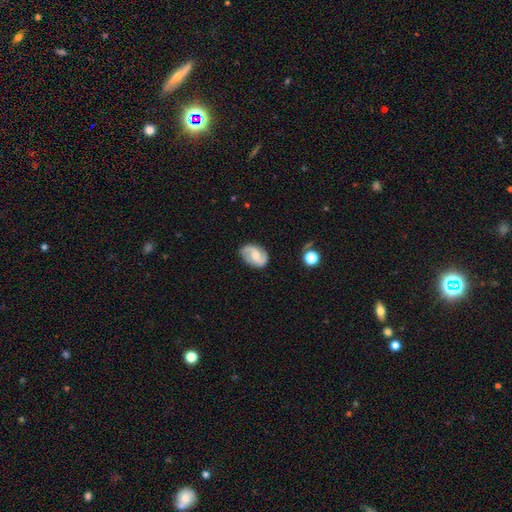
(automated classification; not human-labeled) Smooth or featured?
  - featured or disk: 68% *
  - smooth: 25%
  - star or artifact: 7%
Edge-on disk?
  - no: 97% *
  - yes: 3%
Bar?
  - weak: 47% *
  - no: 42%
  - strong: 12%
Spiral arms?
  - yes: 93% *
  - no: 7%
Spiral winding?
  - medium: 42% *
  - loose: 39%
  - tight: 18%
Spiral arm count?
  - 2: 87% *
  - can't tell: 6%
  - 1: 3%
  - 3: 2%
  - 4: 1%
  - more than 4: 1%
Bulge size?
  - moderate: 43% *
  - small: 34%
  - none: 14%
  - large: 7%
  - dominant: 2%
Merging?
  - none: 78% *
  - minor disturbance: 16%
  - major disturbance: 4%
  - merger: 2%